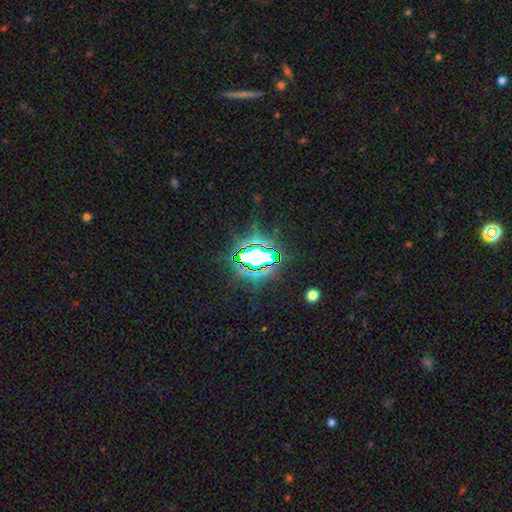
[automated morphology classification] Q: Smooth or featured?
A: star or artifact (72%); runner-up: smooth (17%)